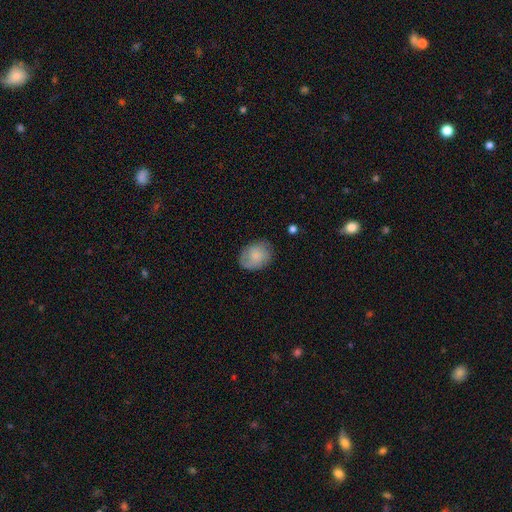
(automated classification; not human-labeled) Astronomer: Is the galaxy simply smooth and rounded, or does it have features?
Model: smooth — 70%.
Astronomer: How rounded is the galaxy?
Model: in between — 63%.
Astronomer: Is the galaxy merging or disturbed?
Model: none — 72%.